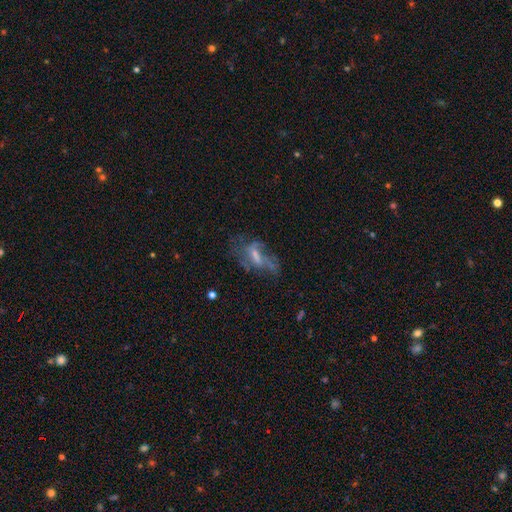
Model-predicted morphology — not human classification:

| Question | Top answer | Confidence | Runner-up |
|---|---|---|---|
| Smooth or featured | featured or disk | 61% | smooth (26%) |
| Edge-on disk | no | 90% | yes (10%) |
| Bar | no | 41% | tied: weak (41%) |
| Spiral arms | no | 52% | yes (48%) |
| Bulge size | small | 40% | moderate (31%) |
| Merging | none | 40% | major disturbance (35%) |